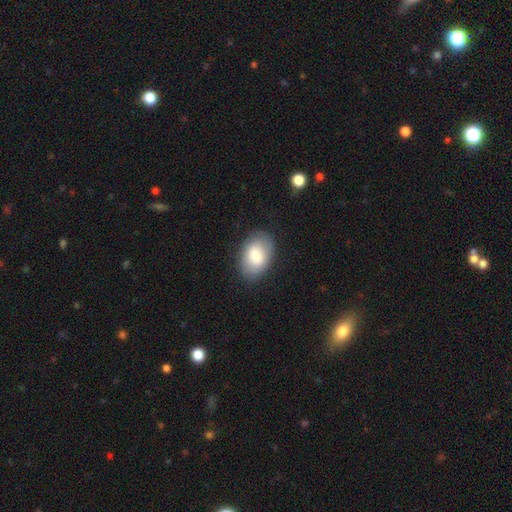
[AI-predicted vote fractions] Smooth or featured? Predicted: smooth (p=0.77). How rounded? Predicted: in between (p=0.88). Merging? Predicted: none (p=0.81).